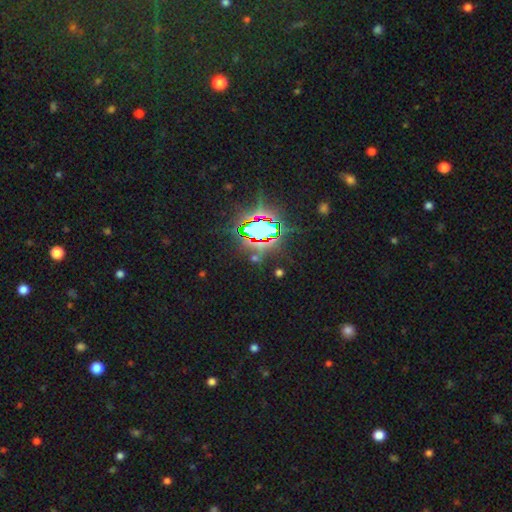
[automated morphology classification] star or artifact 80%, smooth 11%, featured or disk 9%.